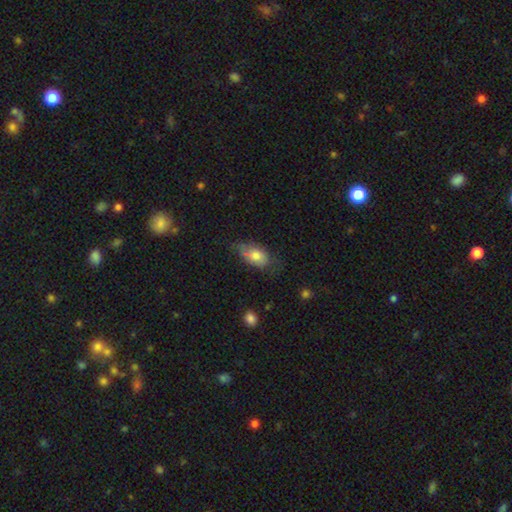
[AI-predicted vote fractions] The model was most divided on "merging": none: 50%, minor disturbance: 35%, major disturbance: 12%, merger: 3%. More confident: how rounded — in between (90%); smooth or featured — smooth (74%).